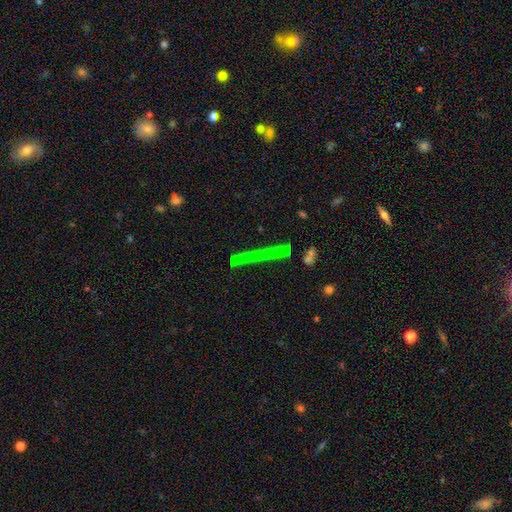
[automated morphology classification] smooth-or-featured: smooth: 42% | featured or disk: 41% | star or artifact: 17%
  merging: none: 77% | minor disturbance: 13% | major disturbance: 5% | merger: 5%